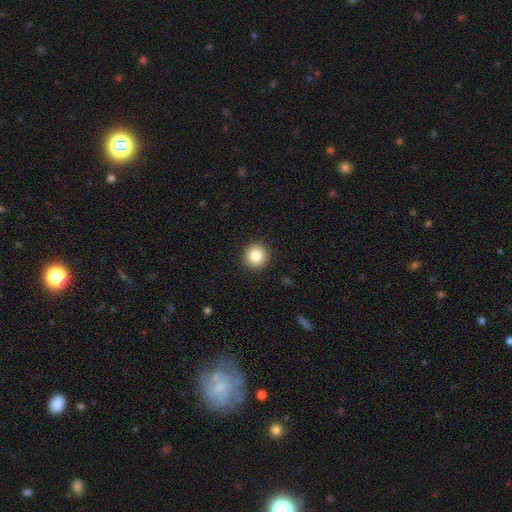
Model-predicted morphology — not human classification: smooth_or_featured: smooth (p=0.84) [alt: star or artifact p=0.09]
how_rounded: round (p=0.95) [alt: in between p=0.04]
merging: none (p=0.93) [alt: minor disturbance p=0.05]